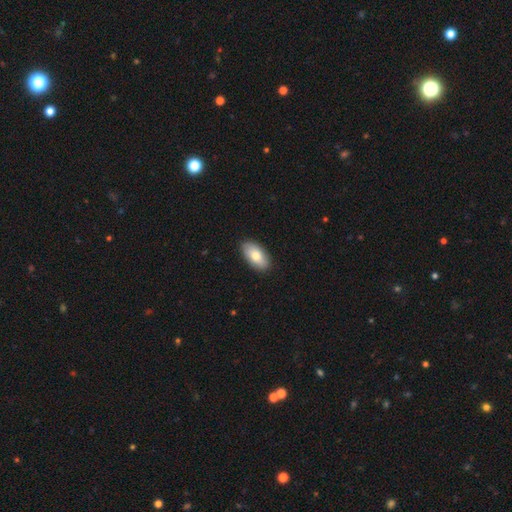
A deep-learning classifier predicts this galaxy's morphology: Smooth or featured: smooth — 77% (featured or disk — 17%)
How rounded: in between — 93% (cigar-shaped — 3%)
Merging: none — 88% (minor disturbance — 9%)